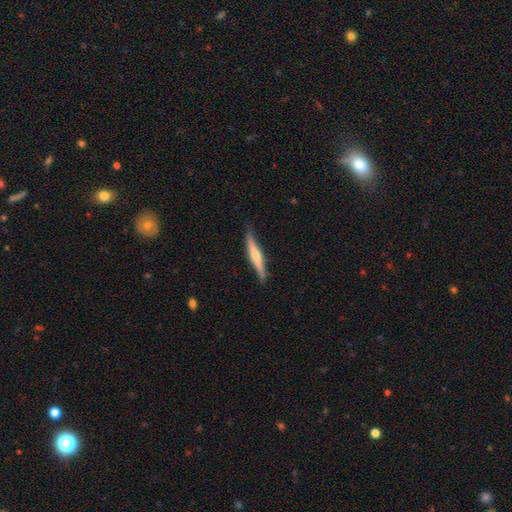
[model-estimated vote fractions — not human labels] A featured or disk galaxy (49%).

Vote fractions:
- Smooth or featured? featured or disk: 49% / smooth: 46% / star or artifact: 5%
- Merging? none: 81% / minor disturbance: 15% / major disturbance: 2% / merger: 1%